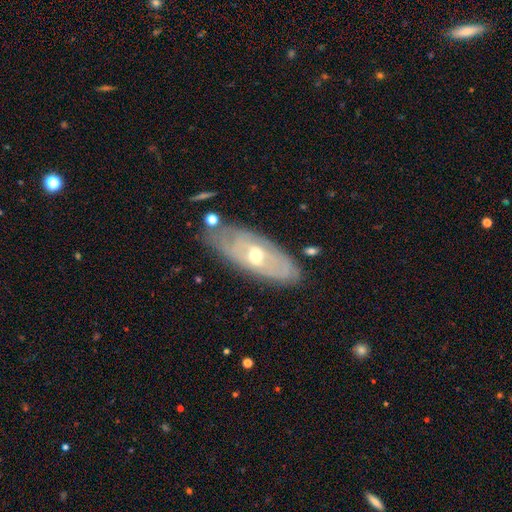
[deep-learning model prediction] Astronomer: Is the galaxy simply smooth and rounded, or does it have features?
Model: featured or disk — 70%.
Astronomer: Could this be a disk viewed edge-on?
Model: no — 83%.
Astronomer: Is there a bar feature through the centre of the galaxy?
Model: no — 62%.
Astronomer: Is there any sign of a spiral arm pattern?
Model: yes — 62% (runner-up: no, 38%).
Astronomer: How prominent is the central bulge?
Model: moderate — 65%.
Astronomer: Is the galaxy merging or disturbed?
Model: none — 74%.